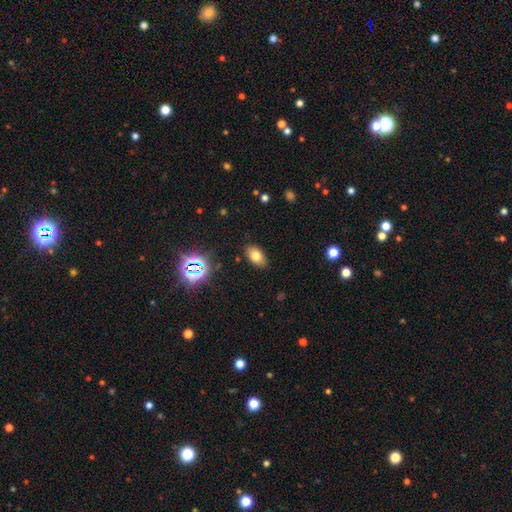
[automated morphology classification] A smooth galaxy with no disk features (74%) that is in between round and cigar-shaped (89%). Merging: none (86%).